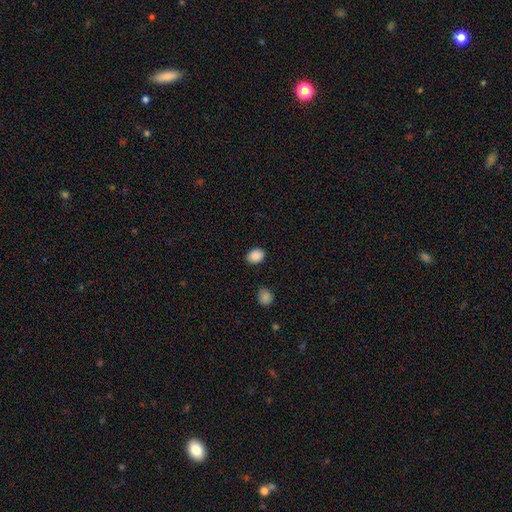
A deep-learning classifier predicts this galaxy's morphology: A smooth galaxy with no disk features (89%) that is in between round and cigar-shaped (62%).

Vote fractions:
- Smooth or featured? smooth: 89% / star or artifact: 9% / featured or disk: 3%
- How rounded? in between: 62% / round: 37% / cigar-shaped: 1%
- Merging? none: 88% / minor disturbance: 8% / major disturbance: 2% / merger: 2%